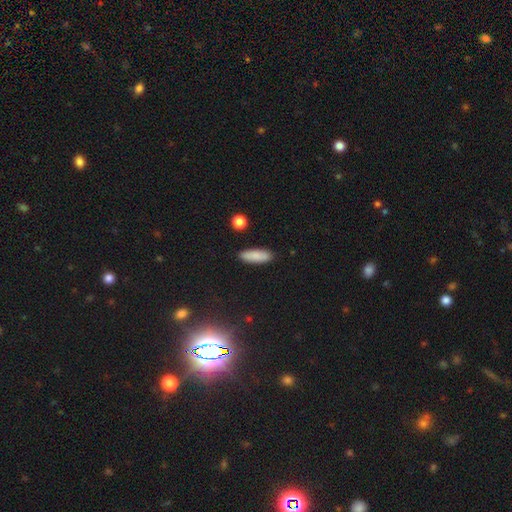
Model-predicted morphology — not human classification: Smooth or featured? Predicted: smooth (p=0.86). How rounded? Predicted: in between (p=0.58). Merging? Predicted: none (p=0.89).